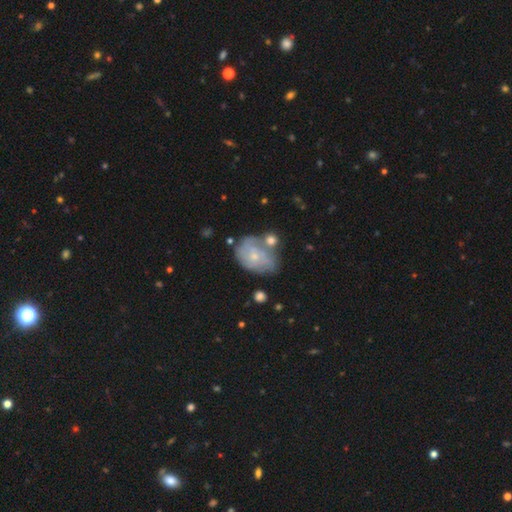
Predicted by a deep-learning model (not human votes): This is possibly a featured or disk galaxy (55%). It is clearly not viewed edge-on (96%). Bar: likely no (76%). Spiral arm pattern: likely yes (65%). Central bulge: likely small (71%). Merging: marginally none (45%).